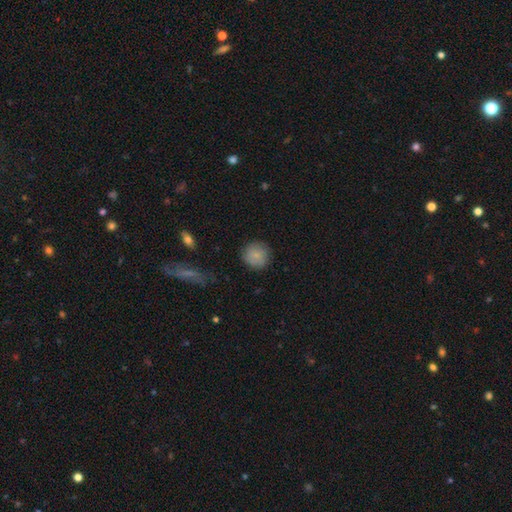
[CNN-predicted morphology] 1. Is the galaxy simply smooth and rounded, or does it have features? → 82% smooth, 9% featured or disk, 8% star or artifact.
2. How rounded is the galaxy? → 92% round, 7% in between, 1% cigar-shaped.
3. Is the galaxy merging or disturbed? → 84% none, 11% minor disturbance, 3% major disturbance, 2% merger.